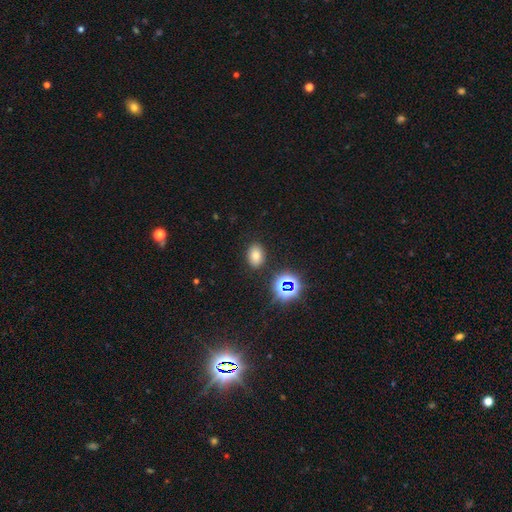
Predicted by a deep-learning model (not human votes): smooth_or_featured: smooth (p=0.72) [alt: star or artifact p=0.20]
how_rounded: in between (p=0.75) [alt: round p=0.24]
merging: none (p=0.85) [alt: minor disturbance p=0.09]